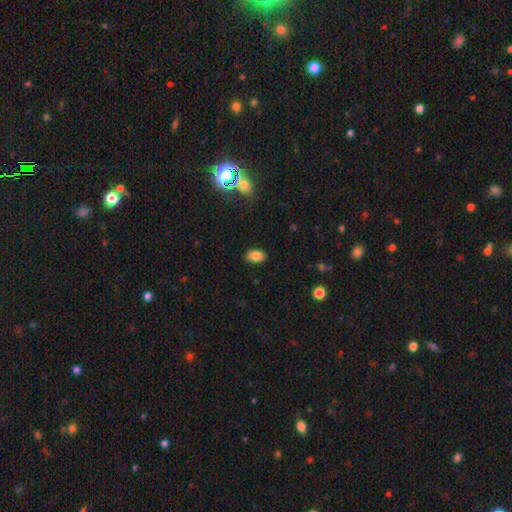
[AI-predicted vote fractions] Smooth or featured? Predicted: smooth (p=0.84). How rounded? Predicted: in between (p=0.86). Merging? Predicted: none (p=0.81).